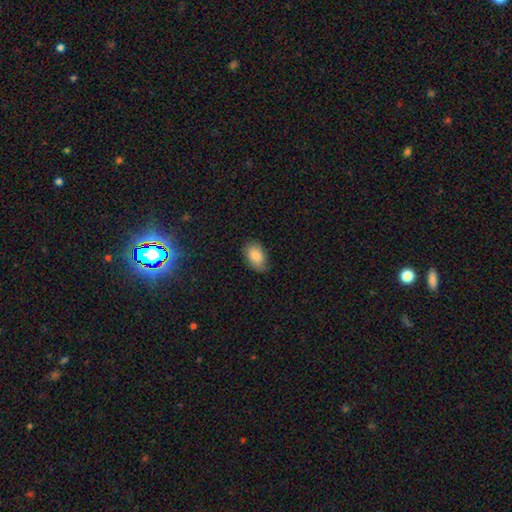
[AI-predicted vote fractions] This is clearly a smooth galaxy (85%). How rounded: clearly in between (90%). Merging: likely none (77%).